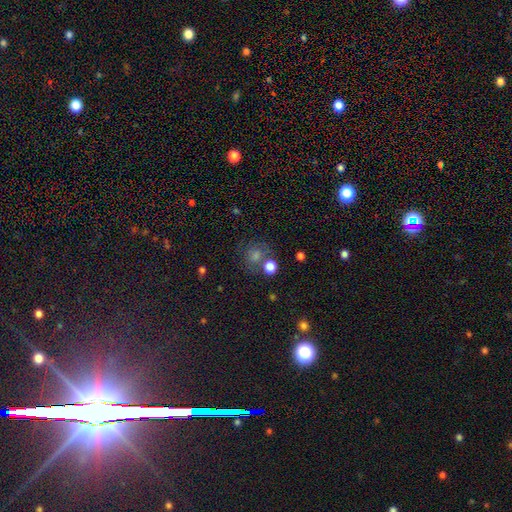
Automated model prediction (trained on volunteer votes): The model was most divided on "smooth or featured": smooth: 44%, star or artifact: 38%, featured or disk: 17%. More confident: merging — none (66%).